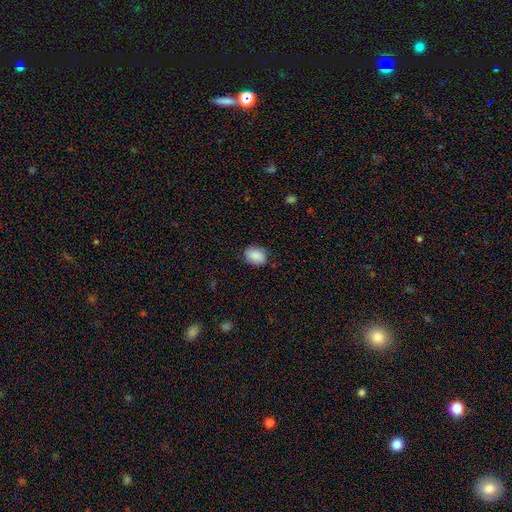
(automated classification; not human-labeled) A smooth galaxy with no disk features (88%) that is in between round and cigar-shaped (73%).

Vote fractions:
- Smooth or featured? smooth: 88% / star or artifact: 7% / featured or disk: 6%
- How rounded? in between: 73% / round: 26% / cigar-shaped: 1%
- Merging? none: 80% / minor disturbance: 15% / major disturbance: 3% / merger: 1%